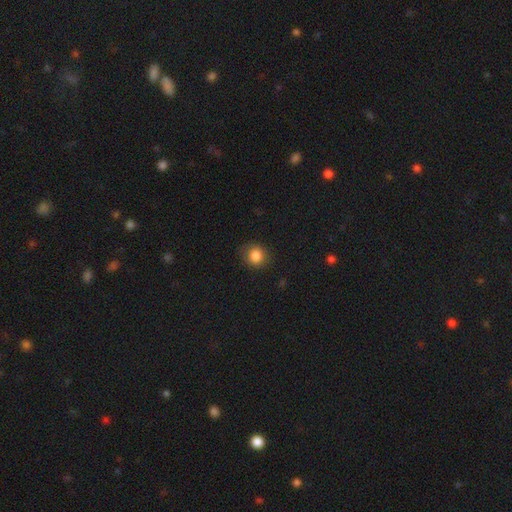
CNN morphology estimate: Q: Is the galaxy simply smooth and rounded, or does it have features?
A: smooth — 85%.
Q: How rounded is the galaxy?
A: round — 81%.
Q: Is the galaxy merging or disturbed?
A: none — 80%.